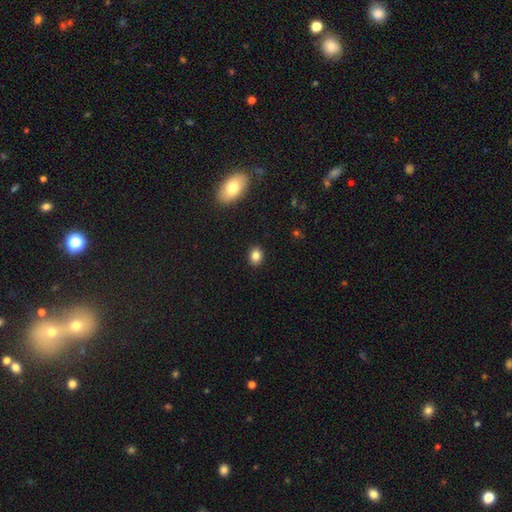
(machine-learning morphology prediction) Smooth or featured? Predicted: smooth (p=0.84). How rounded? Predicted: in between (p=0.53). Merging? Predicted: none (p=0.90).